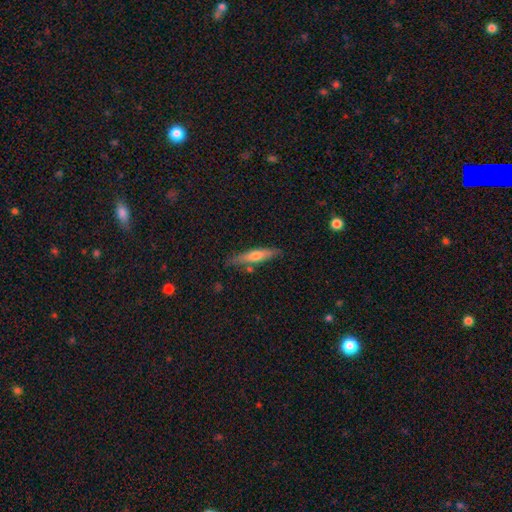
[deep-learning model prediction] Smooth or featured? smooth (54%)
How rounded? cigar-shaped (84%)
Merging? none (78%)